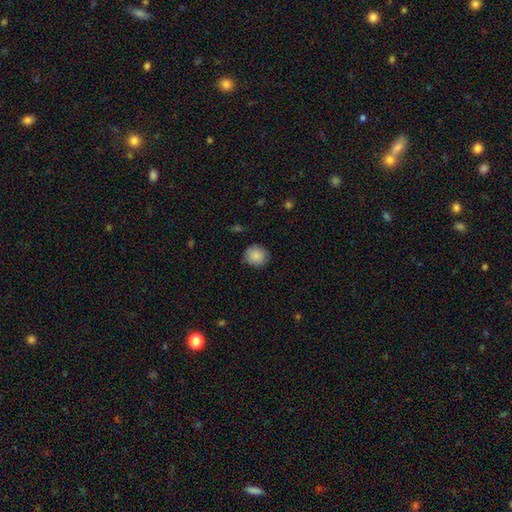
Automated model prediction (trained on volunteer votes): This appears to be a smooth galaxy with no disk features (87%) that is round (87%). Merging: none (86%).